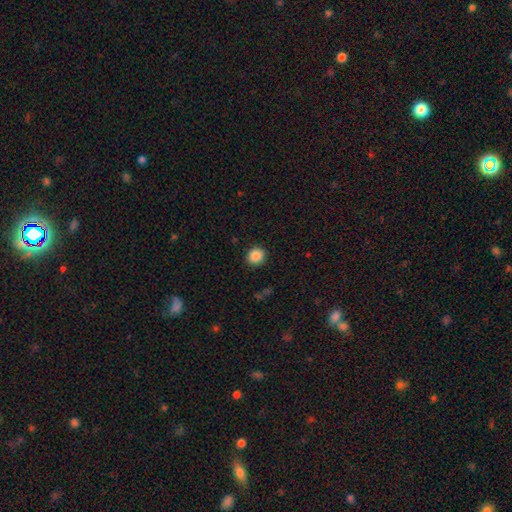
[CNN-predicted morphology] Smooth or featured?
  - smooth: 88% *
  - star or artifact: 9%
  - featured or disk: 3%
How rounded?
  - round: 84% *
  - in between: 15%
  - cigar-shaped: 1%
Merging?
  - none: 90% *
  - minor disturbance: 6%
  - major disturbance: 2%
  - merger: 1%